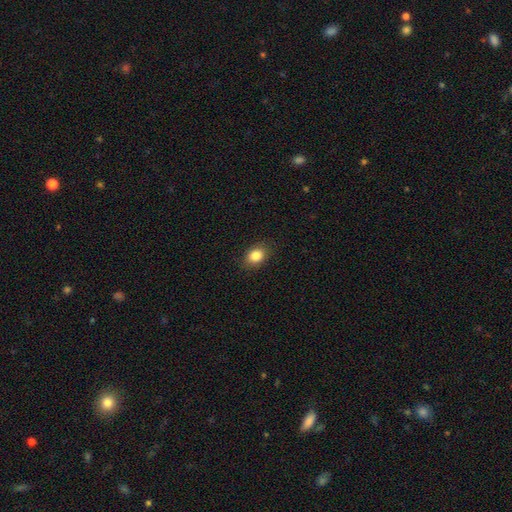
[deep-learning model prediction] smooth_or_featured: smooth (p=0.85) [alt: star or artifact p=0.09]
how_rounded: in between (p=0.65) [alt: round p=0.33]
merging: none (p=0.86) [alt: minor disturbance p=0.10]